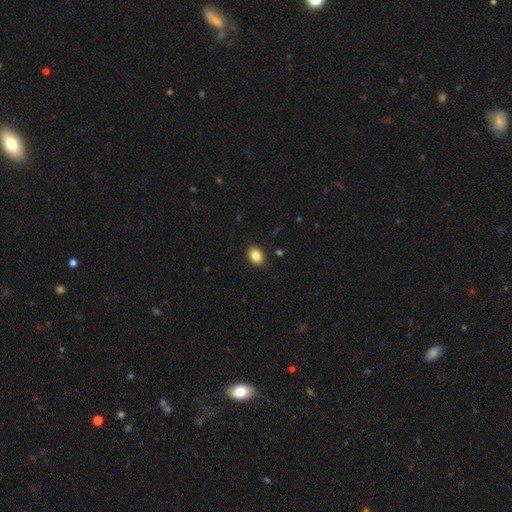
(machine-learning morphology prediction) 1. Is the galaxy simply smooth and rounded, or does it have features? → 85% smooth, 9% star or artifact, 6% featured or disk.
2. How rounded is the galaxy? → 78% in between, 21% round, 1% cigar-shaped.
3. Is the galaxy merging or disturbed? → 89% none, 8% minor disturbance, 2% major disturbance, 1% merger.